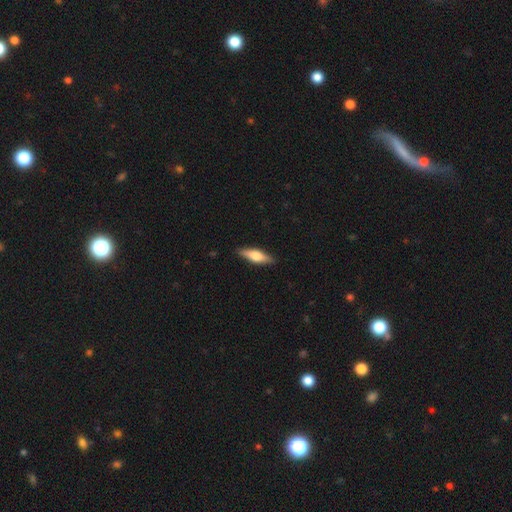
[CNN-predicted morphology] Smooth or featured? smooth (50%)
How rounded? cigar-shaped (57%)
Merging? none (89%)